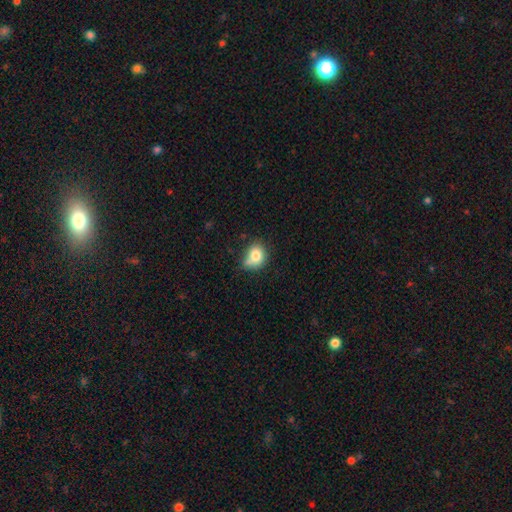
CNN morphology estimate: This is likely a smooth galaxy (79%). How rounded: possibly round (55%). Merging: possibly none (45%).